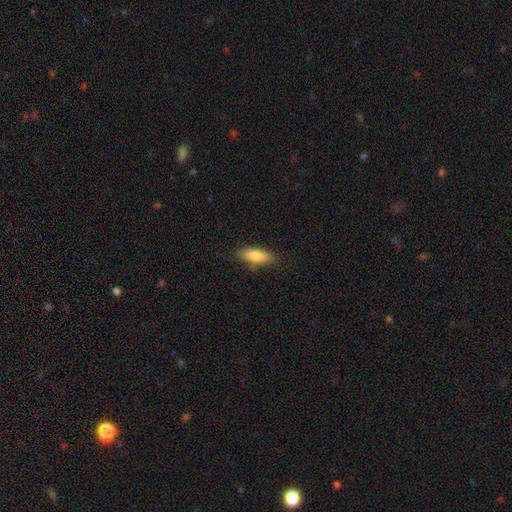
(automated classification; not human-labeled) A smooth galaxy with no disk features (78%) that is in between round and cigar-shaped (58%). Merging: none (81%).